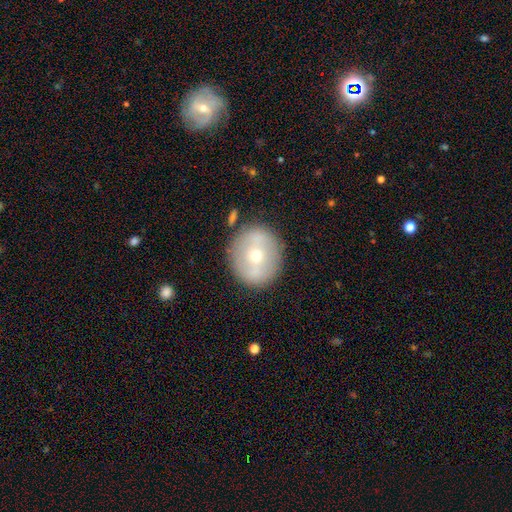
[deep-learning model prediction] smooth 49%, featured or disk 42%, star or artifact 9%. Down the decision tree: merging — none (85%).